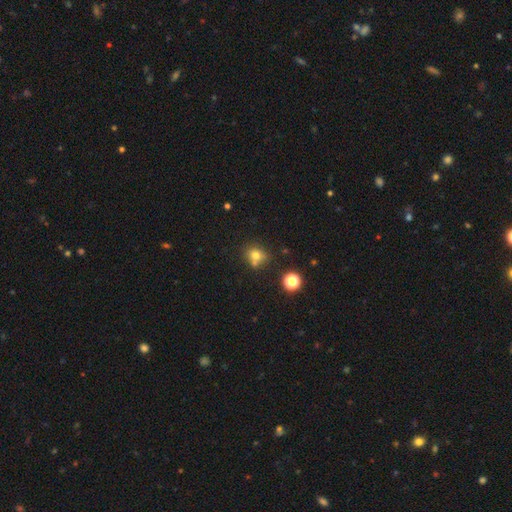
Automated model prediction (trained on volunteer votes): Overall: smooth (74%). How rounded: round (72%). Merging: none (58%; merger 22%).